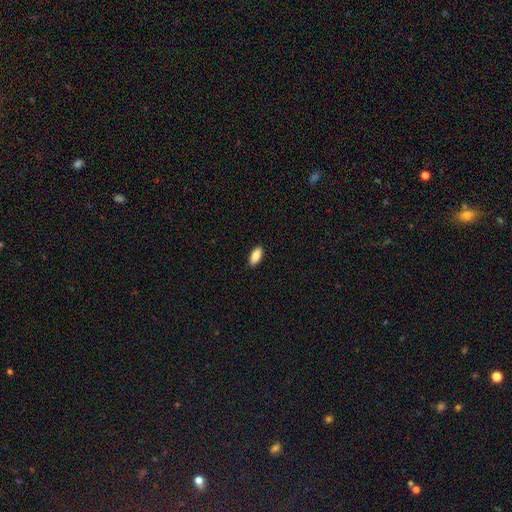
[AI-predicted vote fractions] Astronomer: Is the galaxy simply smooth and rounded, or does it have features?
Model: smooth — 86%.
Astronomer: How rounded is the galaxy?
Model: in between — 84%.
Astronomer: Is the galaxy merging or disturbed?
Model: none — 90%.